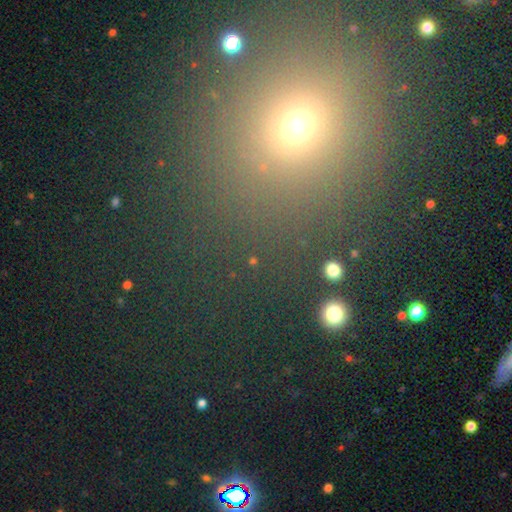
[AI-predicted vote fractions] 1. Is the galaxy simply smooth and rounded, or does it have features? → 47% star or artifact, 46% smooth, 8% featured or disk.